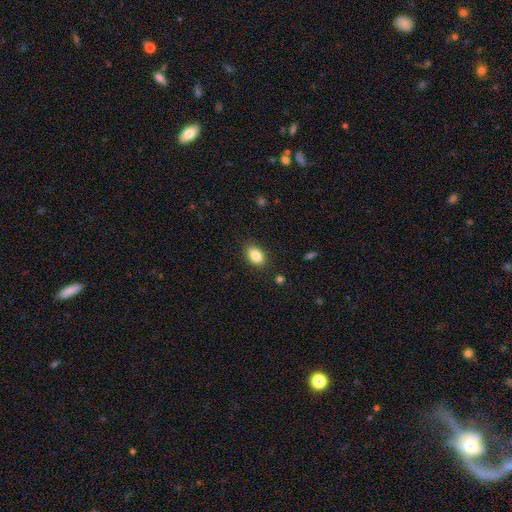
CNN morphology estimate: Smooth or featured?
  - smooth: 87% *
  - star or artifact: 8%
  - featured or disk: 5%
How rounded?
  - in between: 89% *
  - round: 10%
  - cigar-shaped: 2%
Merging?
  - none: 88% *
  - minor disturbance: 9%
  - major disturbance: 2%
  - merger: 1%